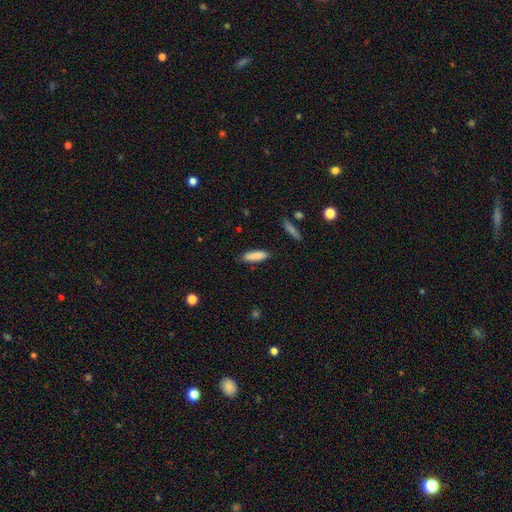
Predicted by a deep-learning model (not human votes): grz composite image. It shows a smooth galaxy with no disk features (87%) that is cigar-shaped (59%). Merging: none (86%).